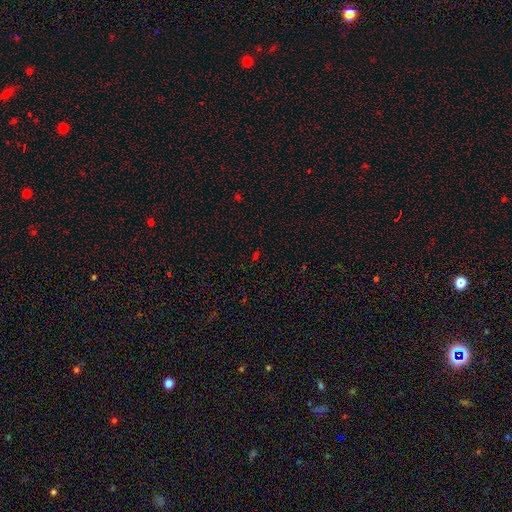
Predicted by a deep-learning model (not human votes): Smooth or featured?
  - star or artifact: 57% *
  - smooth: 36%
  - featured or disk: 8%